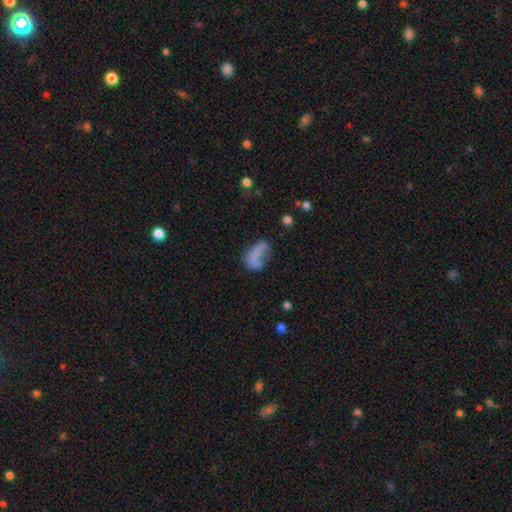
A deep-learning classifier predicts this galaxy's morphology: Overall: smooth (62%; featured or disk 26%). How rounded: in between (85%). Merging: none (33%; major disturbance 32%).